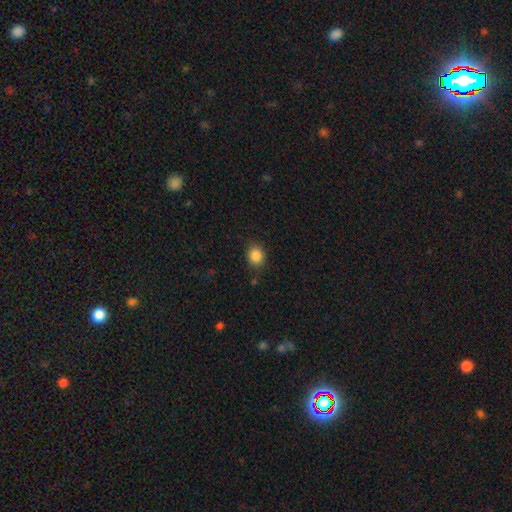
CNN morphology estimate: type=smooth (87%); roundness=round (68%); merging=none (82%).